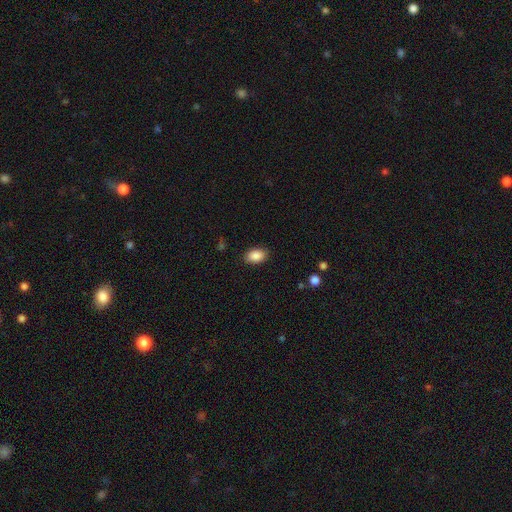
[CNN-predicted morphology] Q: Smooth or featured?
A: smooth (88%); runner-up: star or artifact (7%)
Q: How rounded?
A: in between (88%); runner-up: round (10%)
Q: Merging?
A: none (87%); runner-up: minor disturbance (10%)